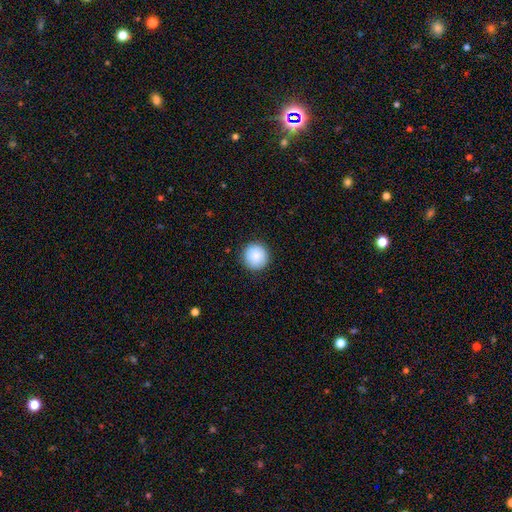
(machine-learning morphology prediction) smooth-or-featured: smooth: 85% | featured or disk: 8% | star or artifact: 7%
  how-rounded: round: 95% | in between: 4% | cigar-shaped: 1%
  merging: none: 90% | minor disturbance: 7% | major disturbance: 2% | merger: 1%